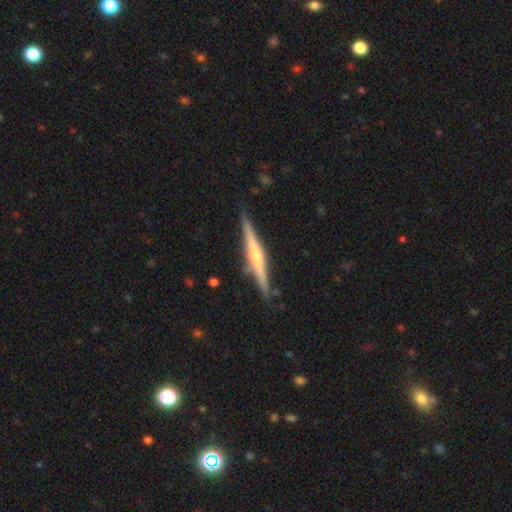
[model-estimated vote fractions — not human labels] Smooth or featured?
  - featured or disk: 68% *
  - smooth: 26%
  - star or artifact: 6%
Edge-on disk?
  - yes: 98% *
  - no: 2%
Edge-on bulge?
  - rounded: 69% *
  - none: 19%
  - boxy: 12%
Merging?
  - none: 86% *
  - minor disturbance: 11%
  - merger: 2%
  - major disturbance: 2%